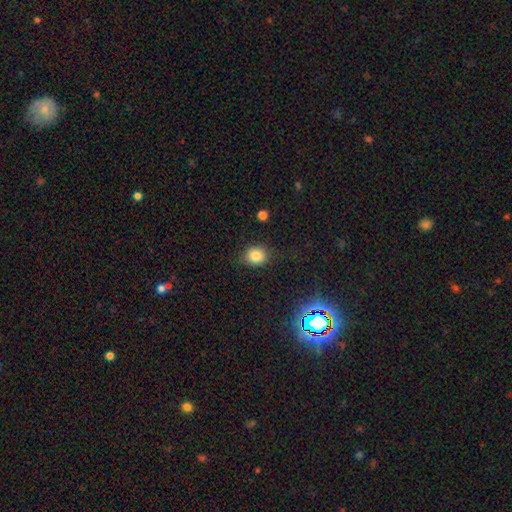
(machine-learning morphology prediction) The model was most divided on "how rounded": round: 73%, in between: 26%, cigar-shaped: 1%. More confident: smooth or featured — smooth (81%); merging — none (78%).